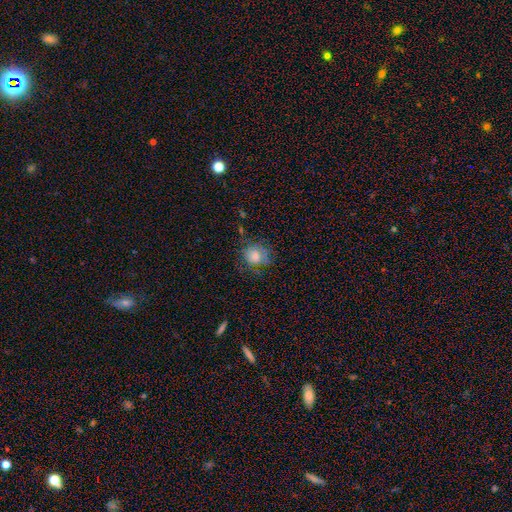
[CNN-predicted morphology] type=smooth (67%); roundness=round (80%); merging=none (66%).